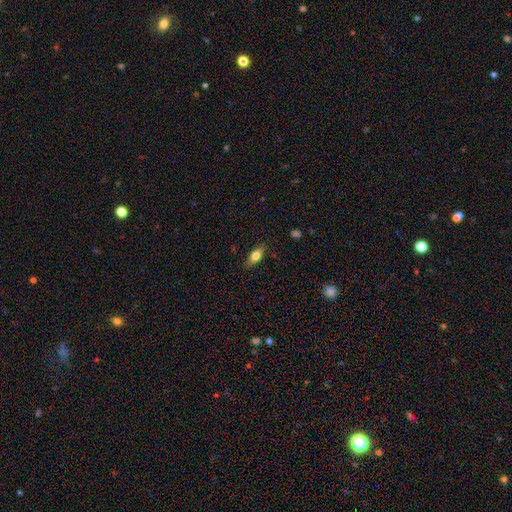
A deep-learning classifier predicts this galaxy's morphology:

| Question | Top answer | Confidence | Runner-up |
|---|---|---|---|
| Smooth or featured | smooth | 70% | featured or disk (22%) |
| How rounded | in between | 75% | cigar-shaped (21%) |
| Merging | none | 83% | minor disturbance (14%) |